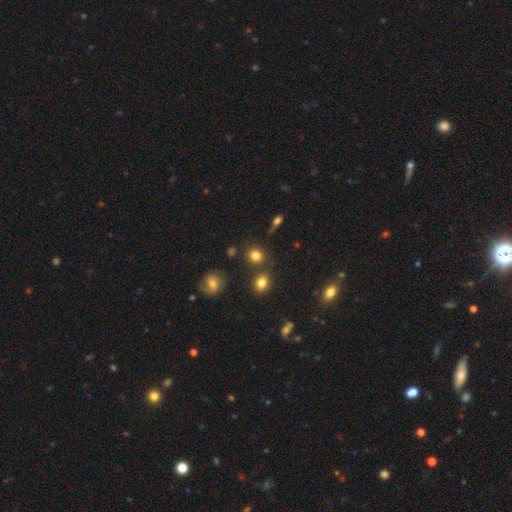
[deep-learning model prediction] A smooth galaxy with no disk features (80%) that is round (85%).

Vote fractions:
- Smooth or featured? smooth: 80% / star or artifact: 13% / featured or disk: 8%
- How rounded? round: 85% / in between: 14% / cigar-shaped: 1%
- Merging? none: 80% / minor disturbance: 9% / merger: 8% / major disturbance: 3%